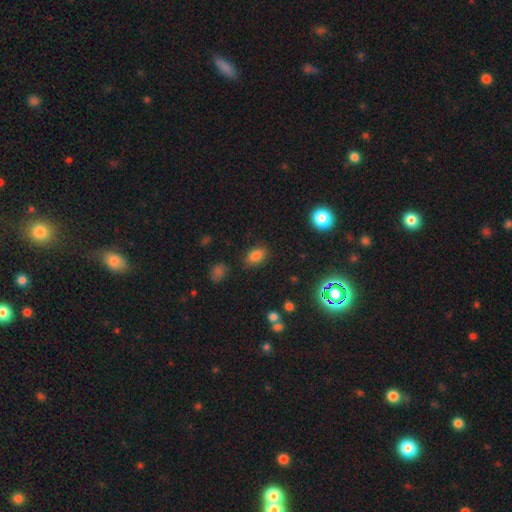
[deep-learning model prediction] smooth-or-featured: smooth: 80% | star or artifact: 14% | featured or disk: 6%
  how-rounded: in between: 81% | round: 17% | cigar-shaped: 2%
  merging: none: 84% | minor disturbance: 11% | major disturbance: 3% | merger: 2%